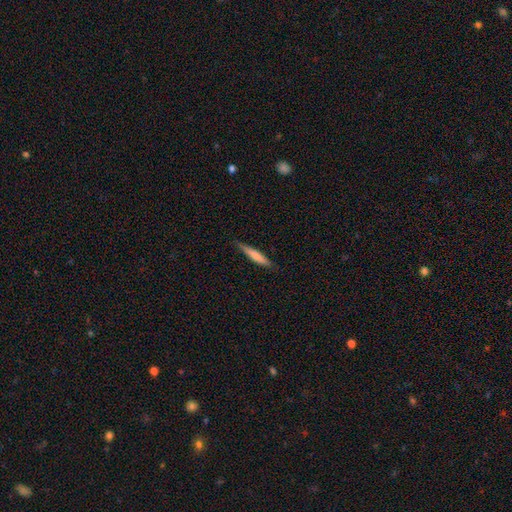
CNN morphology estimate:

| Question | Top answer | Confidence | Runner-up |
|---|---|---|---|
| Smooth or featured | smooth | 67% | featured or disk (27%) |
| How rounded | cigar-shaped | 92% | in between (7%) |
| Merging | none | 85% | minor disturbance (12%) |